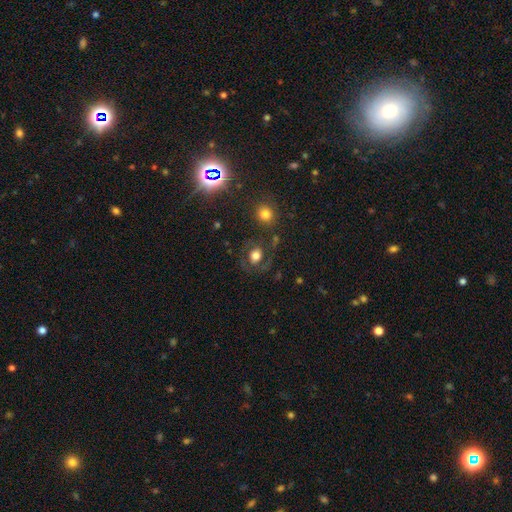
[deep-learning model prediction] Q: Smooth or featured?
A: smooth (54%); runner-up: featured or disk (33%)
Q: How rounded?
A: round (63%); runner-up: in between (36%)
Q: Merging?
A: none (69%); runner-up: minor disturbance (15%)